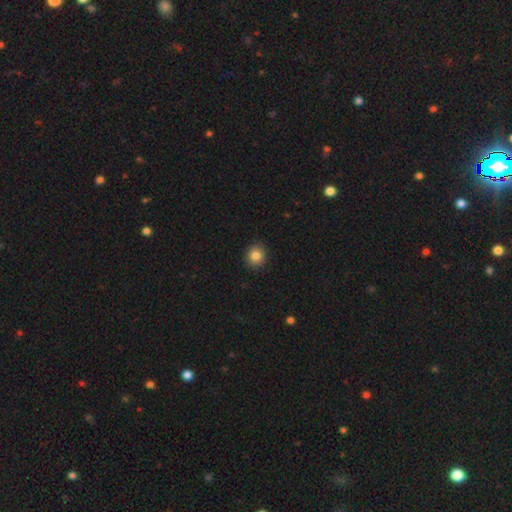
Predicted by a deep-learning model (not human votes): The model was most divided on "how rounded": round: 83%, in between: 16%, cigar-shaped: 1%. More confident: merging — none (90%); smooth or featured — smooth (83%).